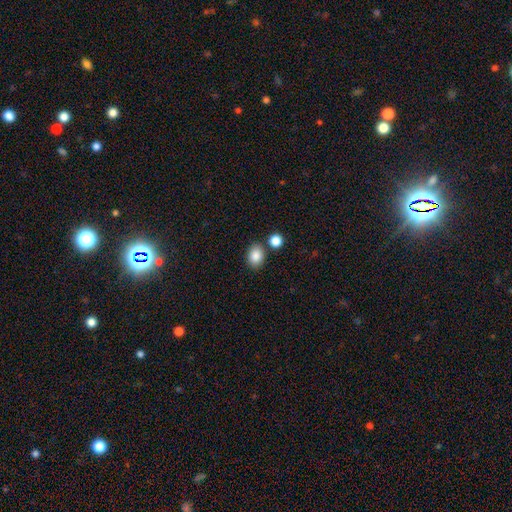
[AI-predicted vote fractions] This is clearly a smooth galaxy (87%). How rounded: likely in between (63%). Merging: likely none (79%).